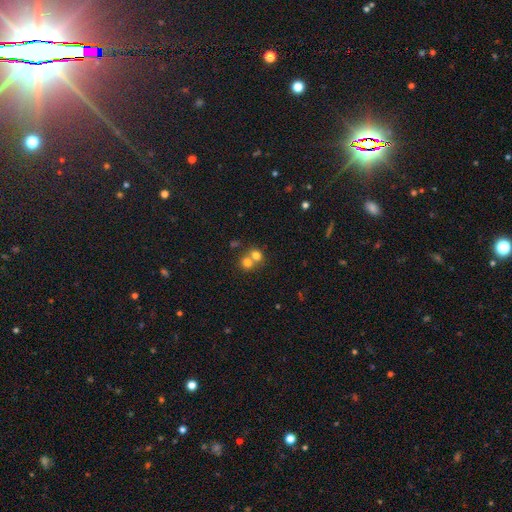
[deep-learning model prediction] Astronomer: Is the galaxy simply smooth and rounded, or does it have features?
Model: smooth — 73%.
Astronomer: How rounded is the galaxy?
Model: round — 74%.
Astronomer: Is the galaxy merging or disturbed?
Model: merger — 61%.